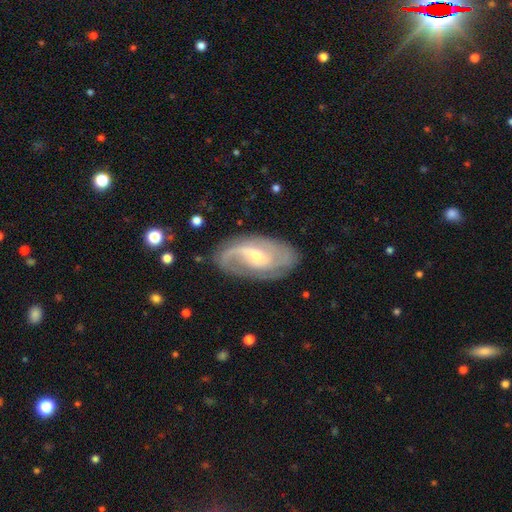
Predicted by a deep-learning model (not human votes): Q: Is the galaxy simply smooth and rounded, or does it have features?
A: featured or disk — 84%.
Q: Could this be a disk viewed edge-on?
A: no — 95%.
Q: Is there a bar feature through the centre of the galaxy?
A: no — 49%.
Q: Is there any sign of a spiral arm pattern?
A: yes — 94%.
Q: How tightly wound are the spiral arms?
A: medium — 43%.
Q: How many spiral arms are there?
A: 2 — 57%.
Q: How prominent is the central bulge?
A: small — 60%.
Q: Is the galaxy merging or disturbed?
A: none — 73%.